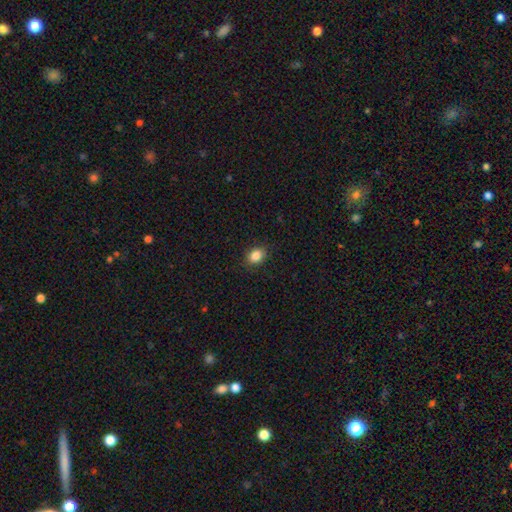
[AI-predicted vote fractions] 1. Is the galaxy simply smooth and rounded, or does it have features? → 86% smooth, 10% star or artifact, 4% featured or disk.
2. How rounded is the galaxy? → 51% in between, 48% round, 1% cigar-shaped.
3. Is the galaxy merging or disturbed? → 88% none, 9% minor disturbance, 2% major disturbance, 1% merger.